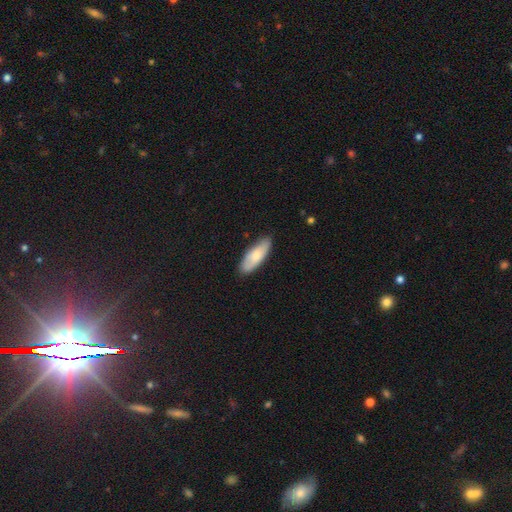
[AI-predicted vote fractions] Smooth or featured? Predicted: smooth (p=0.73). How rounded? Predicted: in between (p=0.68). Merging? Predicted: none (p=0.83).